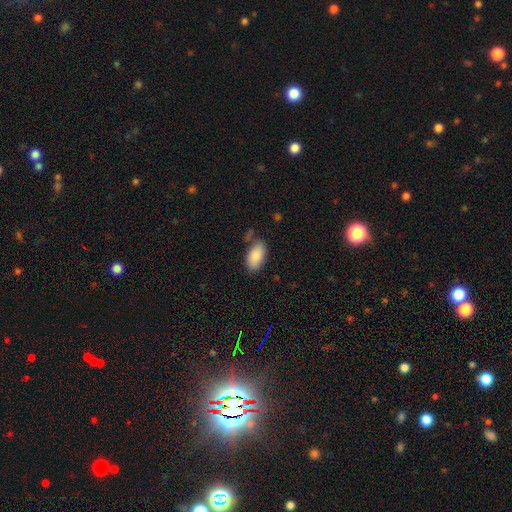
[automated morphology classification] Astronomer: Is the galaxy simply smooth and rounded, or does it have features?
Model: smooth — 87%.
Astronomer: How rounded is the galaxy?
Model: in between — 94%.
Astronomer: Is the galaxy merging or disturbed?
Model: none — 72%.